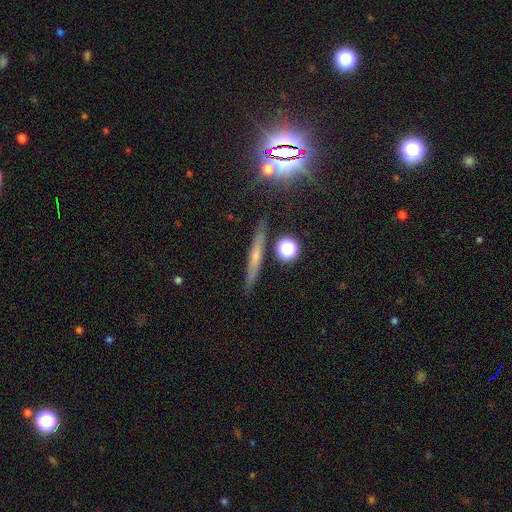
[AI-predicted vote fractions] Smooth or featured: smooth — 42% (featured or disk — 41%)
Merging: none — 86% (minor disturbance — 9%)